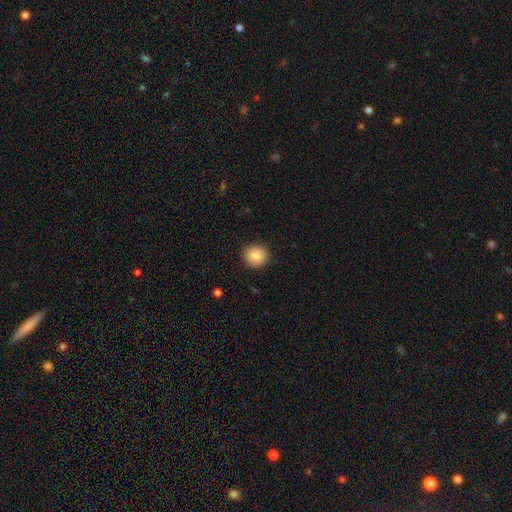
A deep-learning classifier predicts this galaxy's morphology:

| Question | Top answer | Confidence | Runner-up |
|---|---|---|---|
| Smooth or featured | smooth | 85% | star or artifact (9%) |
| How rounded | round | 92% | in between (7%) |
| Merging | none | 91% | minor disturbance (6%) |